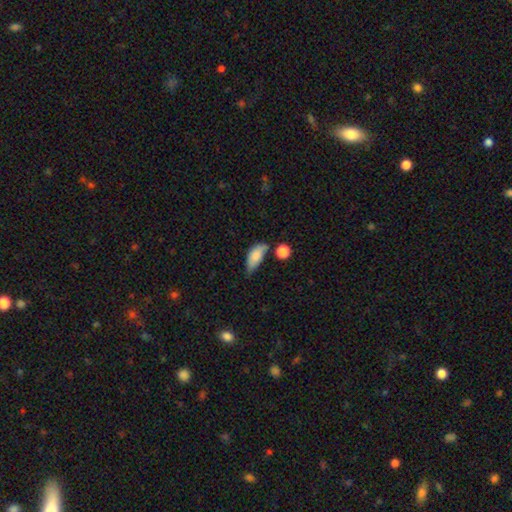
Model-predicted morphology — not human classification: smooth 80%, featured or disk 13%, star or artifact 7%. Down the decision tree: how rounded — in between (86%); merging — none (39%, tied with minor disturbance).